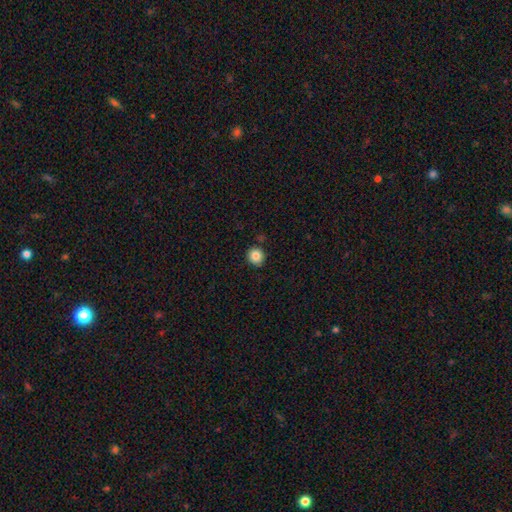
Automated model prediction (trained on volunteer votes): Q: Smooth or featured?
A: smooth (85%); runner-up: star or artifact (10%)
Q: How rounded?
A: round (91%); runner-up: in between (8%)
Q: Merging?
A: none (88%); runner-up: minor disturbance (8%)